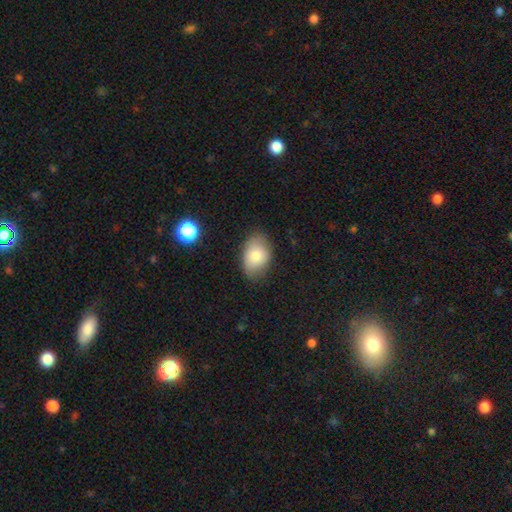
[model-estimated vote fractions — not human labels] smooth 80%, featured or disk 12%, star or artifact 8%. Down the decision tree: how rounded — in between (86%); merging — none (76%).